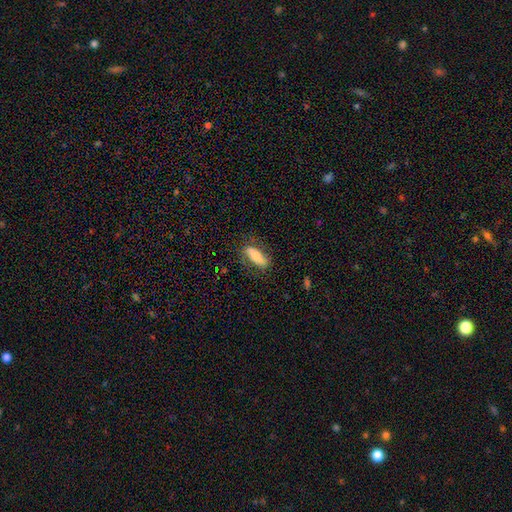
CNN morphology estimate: smooth 64%, featured or disk 30%, star or artifact 6%. Down the decision tree: how rounded — in between (63%); merging — none (74%).